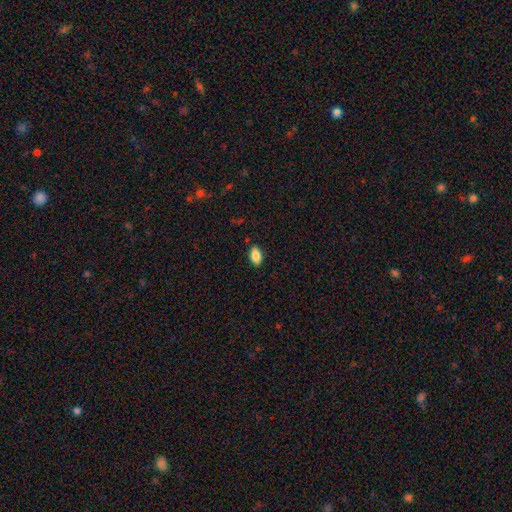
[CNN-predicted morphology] The model was most divided on "merging": none: 88%, minor disturbance: 9%, major disturbance: 2%, merger: 1%. More confident: how rounded — in between (92%); smooth or featured — smooth (86%).